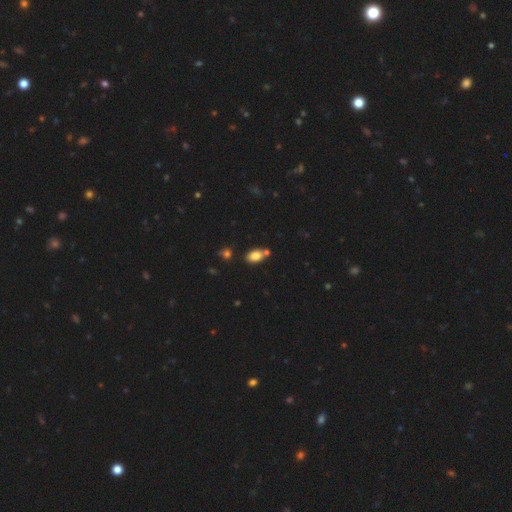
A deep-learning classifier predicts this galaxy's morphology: smooth-or-featured: smooth: 84% | star or artifact: 10% | featured or disk: 6%
  how-rounded: in between: 85% | round: 14% | cigar-shaped: 2%
  merging: none: 65% | merger: 20% | minor disturbance: 12% | major disturbance: 3%